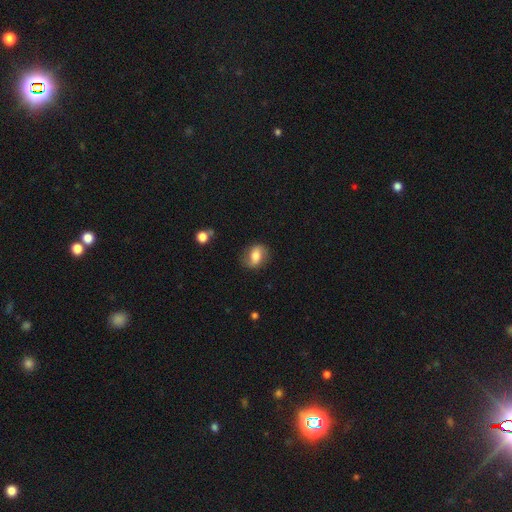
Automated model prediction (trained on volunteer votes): Smooth or featured? smooth (55%)
How rounded? in between (67%)
Merging? none (76%)